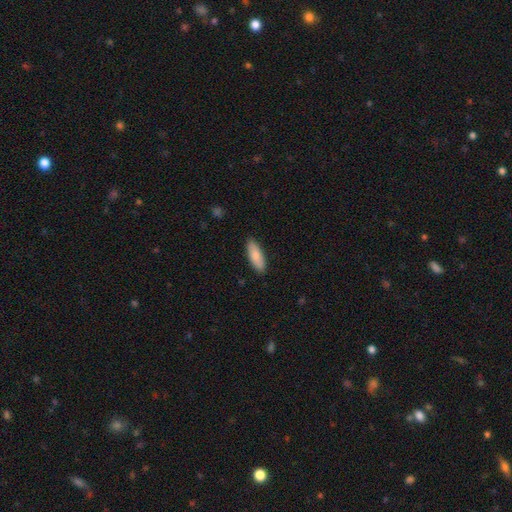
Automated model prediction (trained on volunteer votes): smooth 81%, featured or disk 14%, star or artifact 6%. Down the decision tree: how rounded — in between (65%); merging — none (88%).